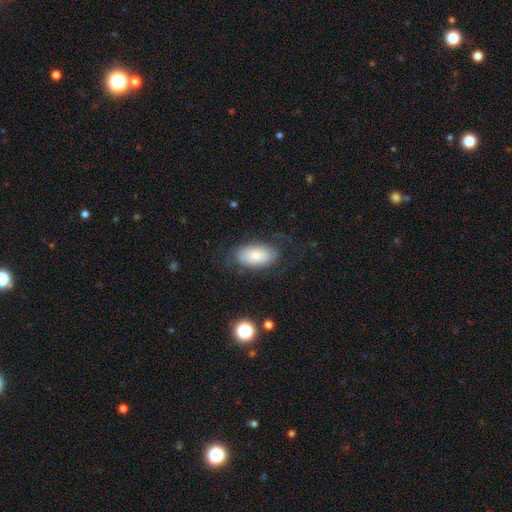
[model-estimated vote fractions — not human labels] smooth_or_featured: smooth (p=0.75) [alt: featured or disk p=0.18]
how_rounded: in between (p=0.94) [alt: round p=0.04]
merging: none (p=0.67) [alt: minor disturbance p=0.20]